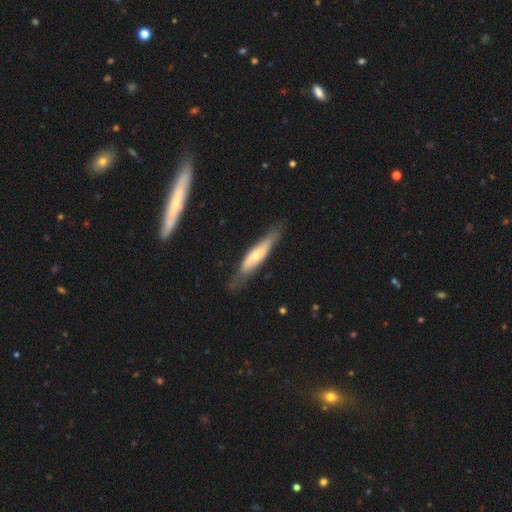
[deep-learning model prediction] Smooth or featured?
  - smooth: 52% *
  - featured or disk: 43%
  - star or artifact: 6%
How rounded?
  - cigar-shaped: 78% *
  - in between: 21%
  - round: 2%
Merging?
  - none: 67% *
  - minor disturbance: 23%
  - major disturbance: 8%
  - merger: 2%